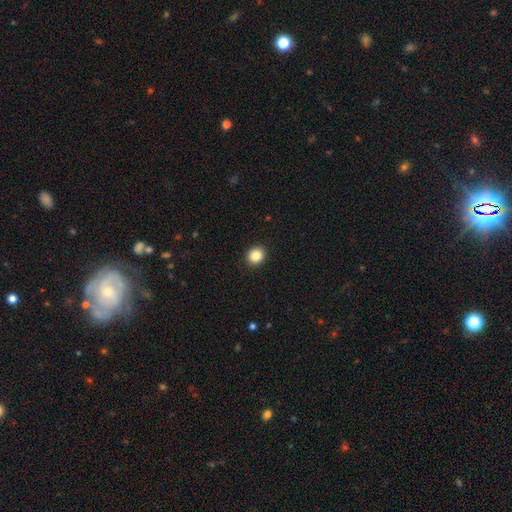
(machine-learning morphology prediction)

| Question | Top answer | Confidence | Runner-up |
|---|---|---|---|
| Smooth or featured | smooth | 86% | star or artifact (10%) |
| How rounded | round | 80% | in between (19%) |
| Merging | none | 92% | minor disturbance (5%) |